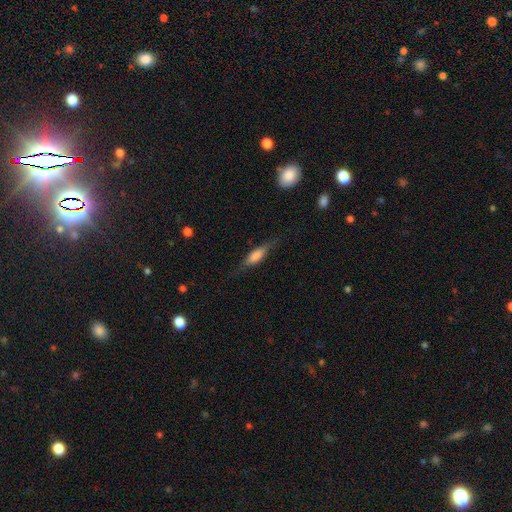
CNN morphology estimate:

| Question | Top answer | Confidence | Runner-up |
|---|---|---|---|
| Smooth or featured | smooth | 55% | featured or disk (38%) |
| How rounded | cigar-shaped | 52% | in between (44%) |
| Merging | none | 74% | minor disturbance (18%) |